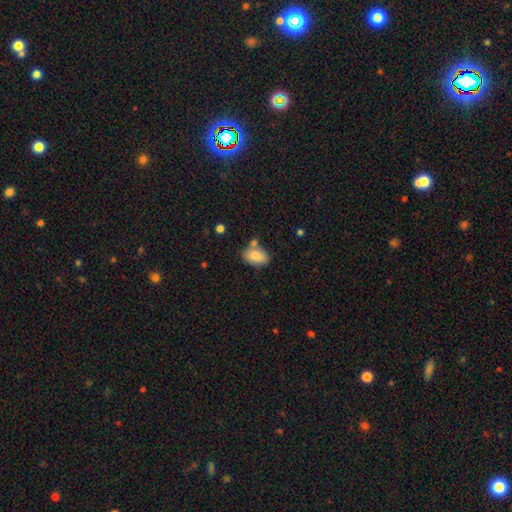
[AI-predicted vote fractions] Overall: smooth (81%). How rounded: in between (84%). Merging: none (65%).